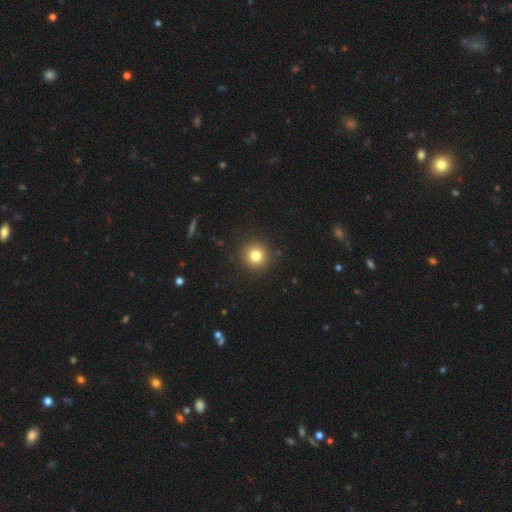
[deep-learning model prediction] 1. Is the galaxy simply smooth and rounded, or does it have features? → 80% smooth, 12% star or artifact, 8% featured or disk.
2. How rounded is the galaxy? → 94% round, 5% in between, 1% cigar-shaped.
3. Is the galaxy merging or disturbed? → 91% none, 5% minor disturbance, 2% major disturbance, 1% merger.